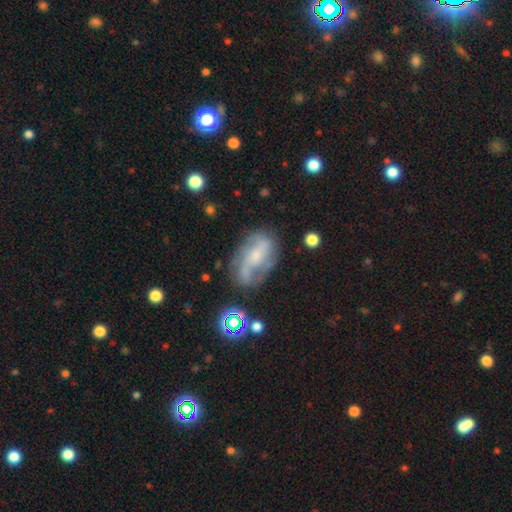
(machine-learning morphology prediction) A featured or disk galaxy (67%) with no bar (50%), spiral arms (80%) and a small central bulge (59%).

Vote fractions:
- Smooth or featured? featured or disk: 67% / smooth: 24% / star or artifact: 9%
- Edge-on disk? no: 93% / yes: 7%
- Bar? no: 50% / weak: 34% / strong: 16%
- Spiral arms? yes: 80% / no: 20%
- Bulge size? small: 59% / moderate: 28% / none: 9% / large: 3% / dominant: 1%
- Merging? none: 59% / minor disturbance: 23% / major disturbance: 13% / merger: 5%